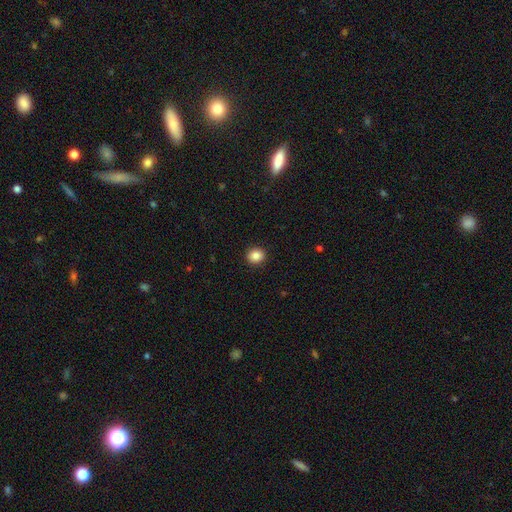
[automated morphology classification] smooth-or-featured: smooth: 86% | star or artifact: 10% | featured or disk: 5%
  how-rounded: round: 81% | in between: 18% | cigar-shaped: 1%
  merging: none: 92% | minor disturbance: 5% | major disturbance: 2% | merger: 1%